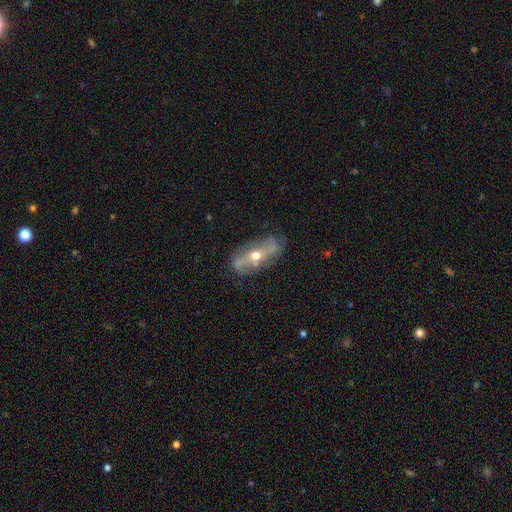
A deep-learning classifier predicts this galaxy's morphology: A featured or disk galaxy (75%) with no bar (39%), spiral arms (74%) and a moderate central bulge (72%).

Vote fractions:
- Smooth or featured? featured or disk: 75% / smooth: 19% / star or artifact: 7%
- Edge-on disk? no: 79% / yes: 21%
- Bar? no: 39% / strong: 36% / weak: 25%
- Spiral arms? yes: 74% / no: 26%
- Bulge size? moderate: 72% / small: 22% / large: 4% / dominant: 1% / none: 1%
- Merging? none: 72% / minor disturbance: 19% / major disturbance: 7% / merger: 2%